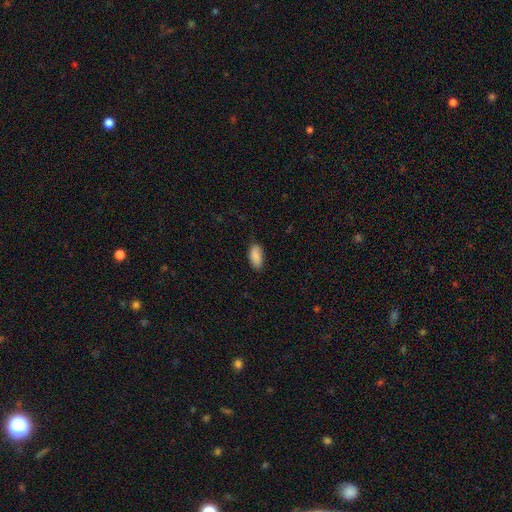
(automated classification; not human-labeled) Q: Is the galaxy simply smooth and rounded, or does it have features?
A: smooth — 89%.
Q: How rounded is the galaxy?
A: in between — 93%.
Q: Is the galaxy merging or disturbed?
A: none — 79%.